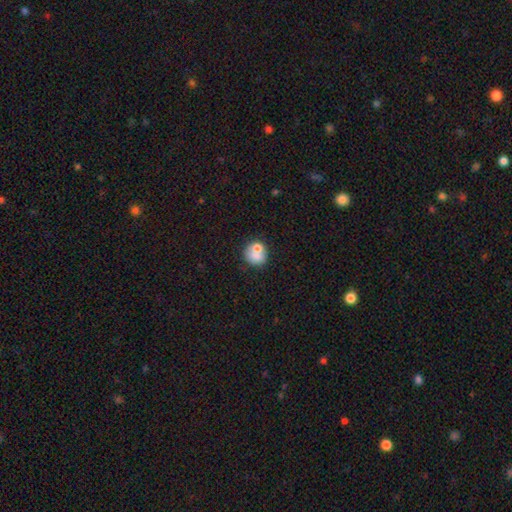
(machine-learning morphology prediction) Overall: smooth (70%). How rounded: round (81%). Merging: none (46%; merger 34%).